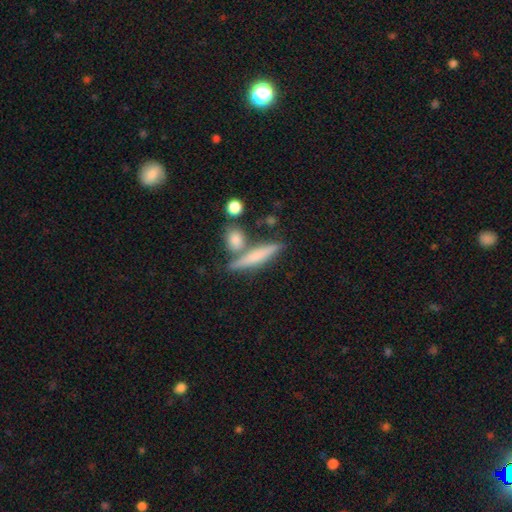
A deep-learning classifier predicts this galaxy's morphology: Smooth or featured? Predicted: smooth (p=0.59). How rounded? Predicted: cigar-shaped (p=0.81). Merging? Predicted: none (p=0.66).